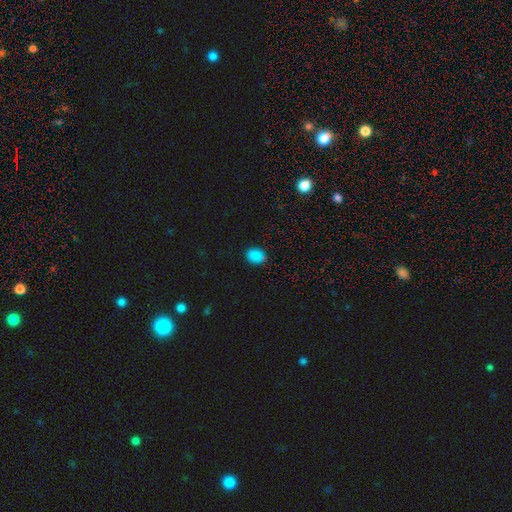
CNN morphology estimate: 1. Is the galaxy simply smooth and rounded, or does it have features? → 83% smooth, 13% star or artifact, 4% featured or disk.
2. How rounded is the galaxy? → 51% in between, 48% round, 1% cigar-shaped.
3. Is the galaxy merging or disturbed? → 82% none, 13% minor disturbance, 3% major disturbance, 3% merger.